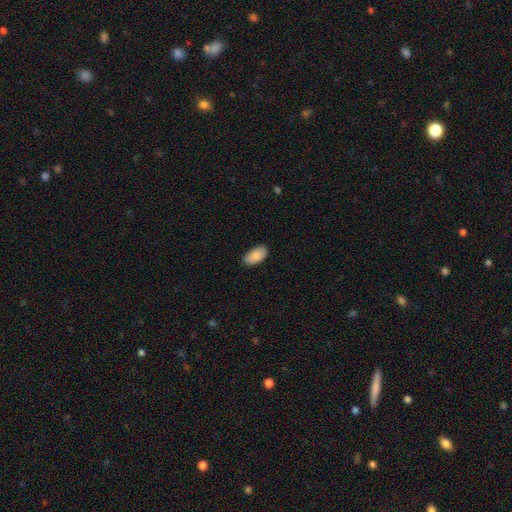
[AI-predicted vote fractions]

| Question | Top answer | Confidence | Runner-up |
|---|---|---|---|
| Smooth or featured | smooth | 88% | star or artifact (6%) |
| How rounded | in between | 95% | round (3%) |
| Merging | none | 83% | minor disturbance (14%) |